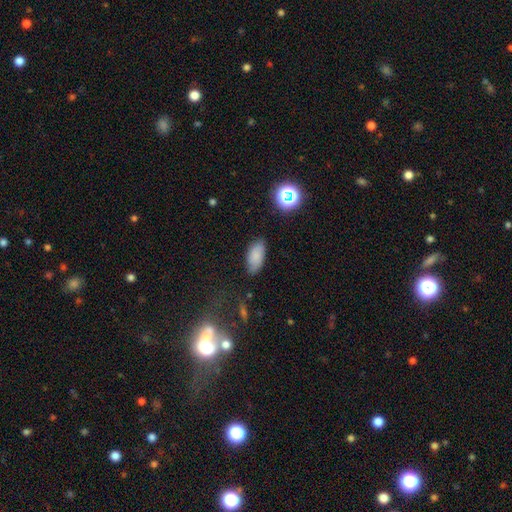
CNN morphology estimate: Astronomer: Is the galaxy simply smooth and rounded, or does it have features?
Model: smooth — 81%.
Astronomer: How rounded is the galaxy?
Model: in between — 92%.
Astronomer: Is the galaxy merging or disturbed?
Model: none — 77%.